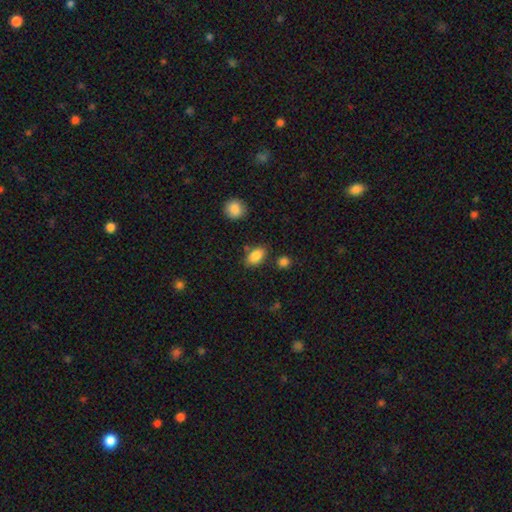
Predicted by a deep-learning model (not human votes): Smooth or featured? Predicted: smooth (p=0.86). How rounded? Predicted: in between (p=0.89). Merging? Predicted: none (p=0.79).